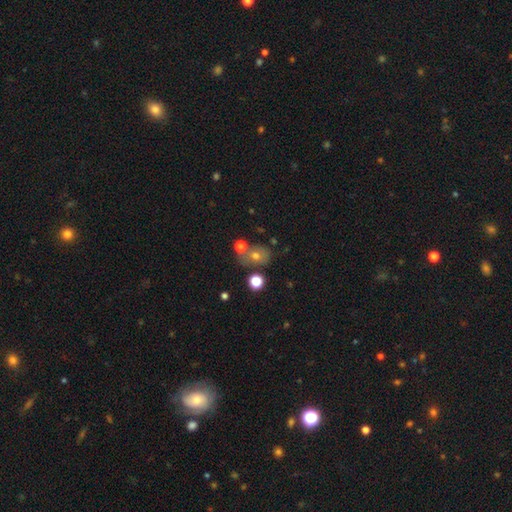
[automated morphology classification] Smooth or featured? smooth (59%)
How rounded? round (54%)
Merging? none (60%)